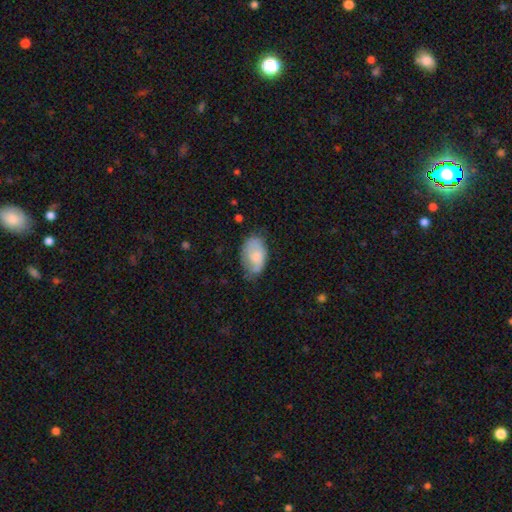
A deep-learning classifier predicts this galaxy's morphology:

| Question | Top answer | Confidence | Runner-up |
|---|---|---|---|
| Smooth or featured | smooth | 69% | featured or disk (25%) |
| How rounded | in between | 91% | round (8%) |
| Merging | none | 60% | minor disturbance (30%) |